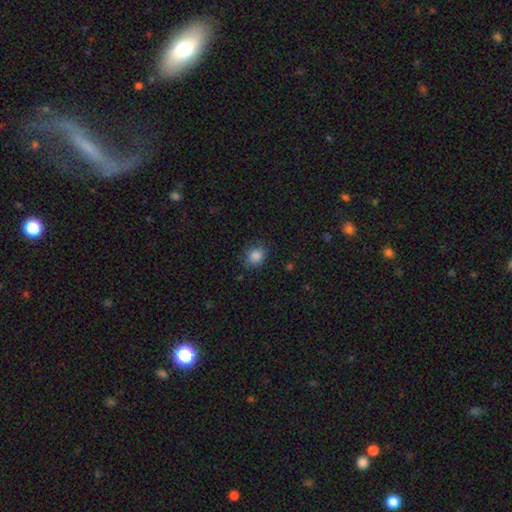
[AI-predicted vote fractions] A smooth galaxy with no disk features (86%) that is round (64%).

Vote fractions:
- Smooth or featured? smooth: 86% / star or artifact: 10% / featured or disk: 4%
- How rounded? round: 64% / in between: 35% / cigar-shaped: 1%
- Merging? none: 82% / minor disturbance: 13% / major disturbance: 3% / merger: 1%